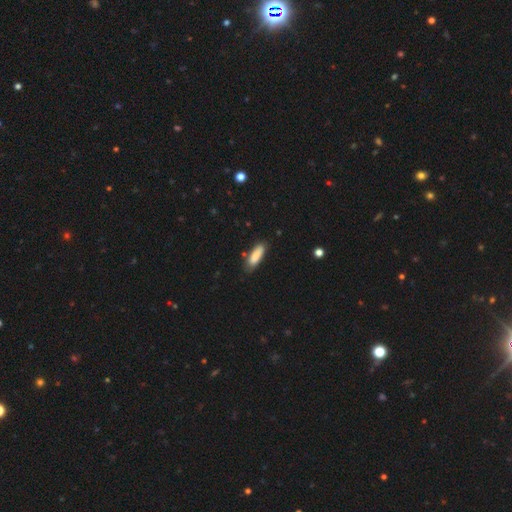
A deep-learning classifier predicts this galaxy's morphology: A smooth galaxy with no disk features (83%) that is in between round and cigar-shaped (58%).

Vote fractions:
- Smooth or featured? smooth: 83% / featured or disk: 10% / star or artifact: 6%
- How rounded? in between: 58% / cigar-shaped: 41% / round: 2%
- Merging? none: 75% / minor disturbance: 19% / major disturbance: 3% / merger: 3%